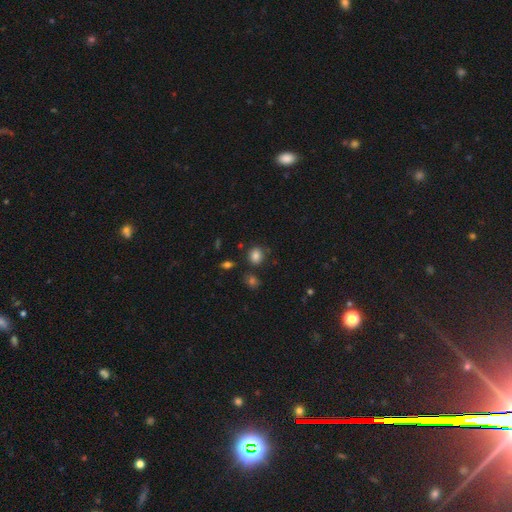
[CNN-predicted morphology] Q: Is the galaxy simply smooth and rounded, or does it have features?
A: smooth — 83%.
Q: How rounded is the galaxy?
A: round — 59%.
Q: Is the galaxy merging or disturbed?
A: none — 78%.